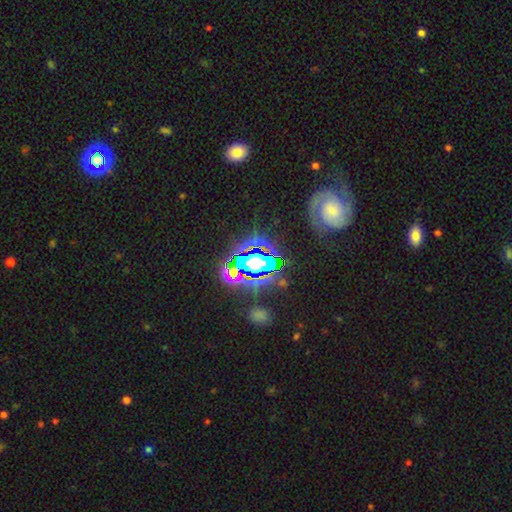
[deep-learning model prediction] smooth_or_featured: star or artifact (p=0.69) [alt: smooth p=0.17]